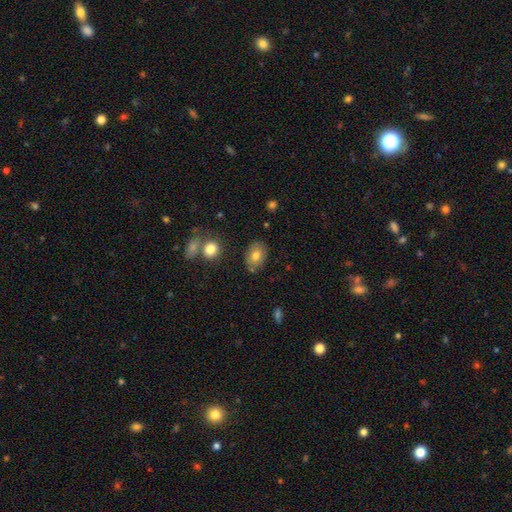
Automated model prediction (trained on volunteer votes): Smooth or featured? Predicted: smooth (p=0.76). How rounded? Predicted: in between (p=0.73). Merging? Predicted: none (p=0.78).